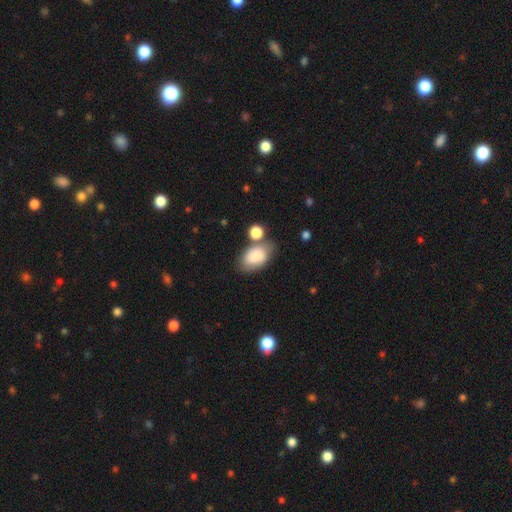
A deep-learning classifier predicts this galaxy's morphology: The model was most divided on "merging": none: 55%, minor disturbance: 19%, merger: 18%, major disturbance: 7%. More confident: how rounded — in between (89%); smooth or featured — smooth (80%).